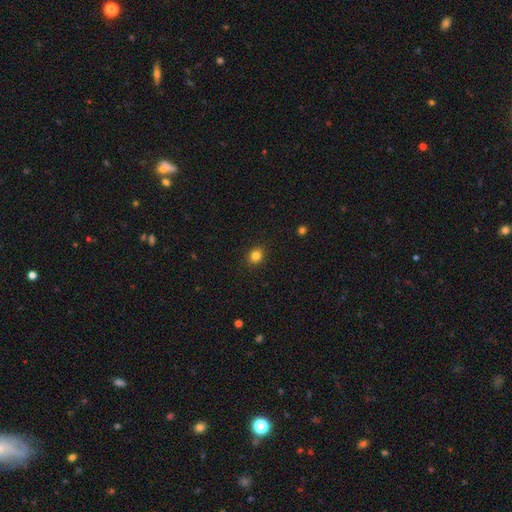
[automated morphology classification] This appears to be a smooth galaxy with no disk features (83%) that is round (72%). Merging: none (90%).